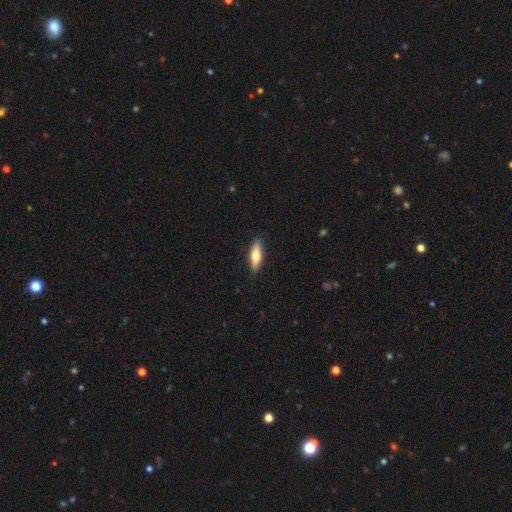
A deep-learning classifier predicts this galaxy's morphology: This appears to be a smooth galaxy with no disk features (64%) that is cigar-shaped (54%). Merging: none (87%).